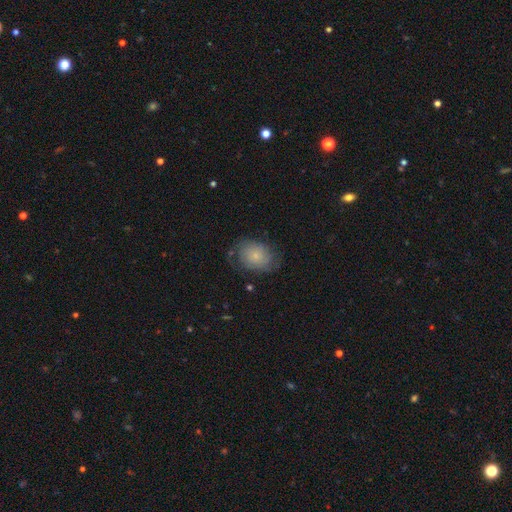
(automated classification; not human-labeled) smooth_or_featured: smooth (p=0.58) [alt: featured or disk p=0.34]
how_rounded: in between (p=0.62) [alt: round p=0.37]
merging: none (p=0.60) [alt: minor disturbance p=0.24]